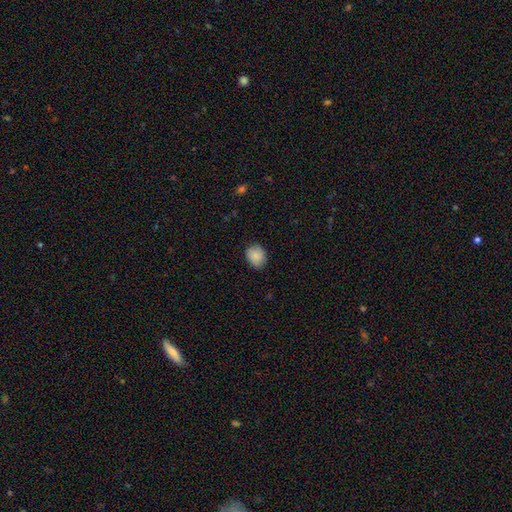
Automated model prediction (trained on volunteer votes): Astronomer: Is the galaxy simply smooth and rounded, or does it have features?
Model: smooth — 86%.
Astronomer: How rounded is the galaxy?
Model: round — 58% (runner-up: in between, 41%).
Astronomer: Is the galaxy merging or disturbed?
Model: none — 81%.